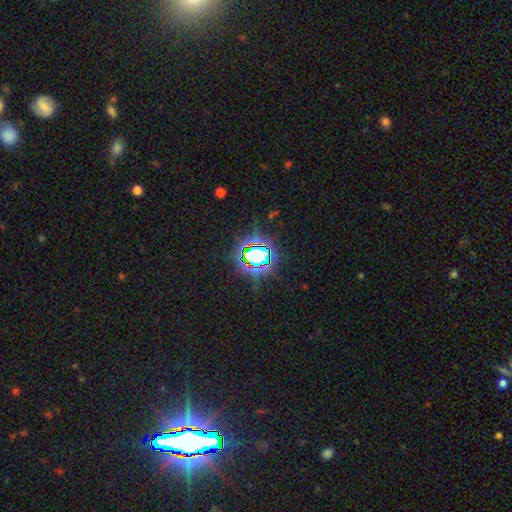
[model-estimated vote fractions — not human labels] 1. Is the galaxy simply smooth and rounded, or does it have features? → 72% star or artifact, 17% smooth, 11% featured or disk.